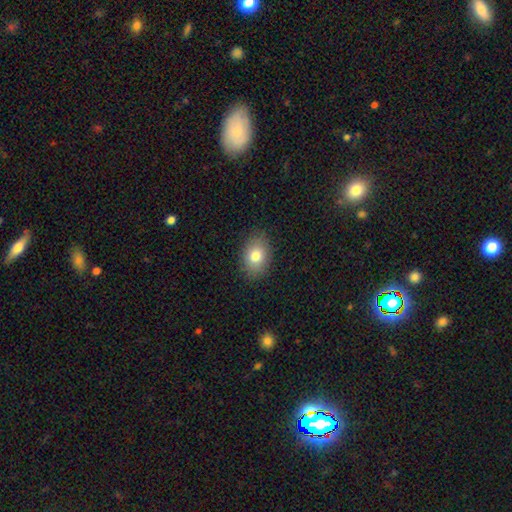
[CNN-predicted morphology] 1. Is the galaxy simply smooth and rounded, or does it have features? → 78% smooth, 12% featured or disk, 9% star or artifact.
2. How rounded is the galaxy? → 78% in between, 21% round, 1% cigar-shaped.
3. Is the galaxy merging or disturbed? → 86% none, 11% minor disturbance, 3% major disturbance, 1% merger.